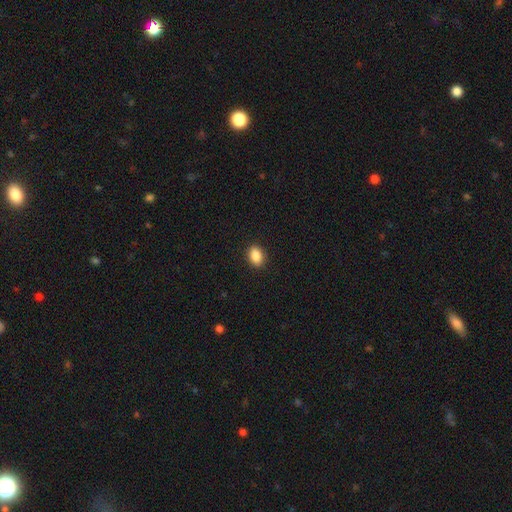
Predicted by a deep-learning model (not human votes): Smooth or featured? smooth (88%)
How rounded? in between (79%)
Merging? none (90%)